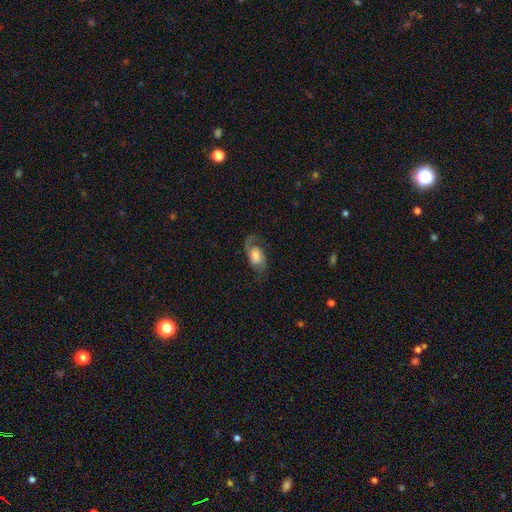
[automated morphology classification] Smooth or featured? Predicted: featured or disk (p=0.68). Edge-on disk? Predicted: no (p=0.95). Bar? Predicted: no (p=0.59). Spiral arms? Predicted: yes (p=0.92). Spiral winding? Predicted: loose (p=0.45). Spiral arm count? Predicted: 2 (p=0.84). Bulge size? Predicted: moderate (p=0.46). Merging? Predicted: none (p=0.66).